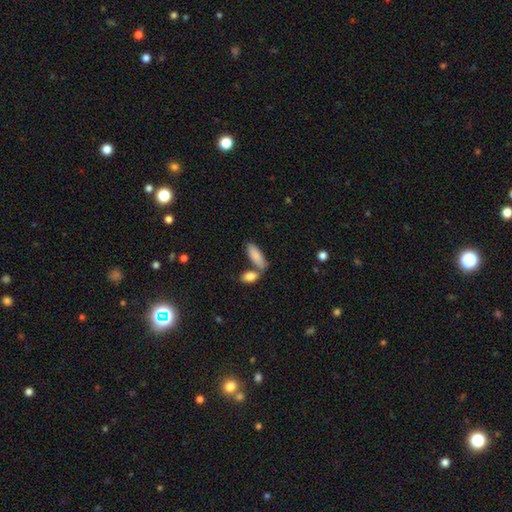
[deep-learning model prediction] Smooth or featured?
  - smooth: 86% *
  - featured or disk: 8%
  - star or artifact: 6%
How rounded?
  - in between: 69% *
  - cigar-shaped: 29%
  - round: 2%
Merging?
  - none: 57% *
  - merger: 28%
  - minor disturbance: 12%
  - major disturbance: 4%